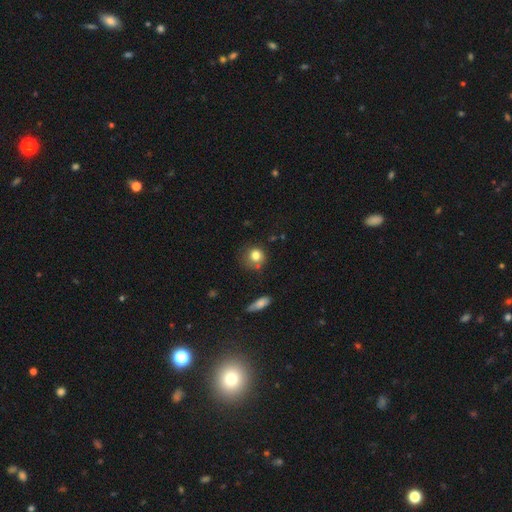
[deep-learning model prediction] A smooth galaxy with no disk features (79%) that is round (82%). Merging: none (58%).